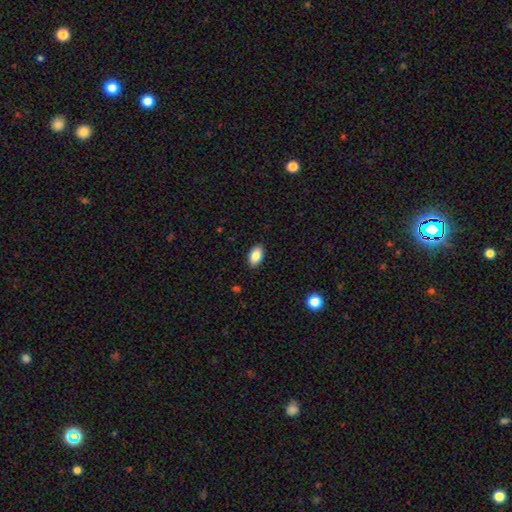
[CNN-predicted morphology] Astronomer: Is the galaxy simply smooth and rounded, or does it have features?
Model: smooth — 85%.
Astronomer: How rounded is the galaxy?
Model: in between — 92%.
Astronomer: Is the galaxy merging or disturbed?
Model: none — 89%.